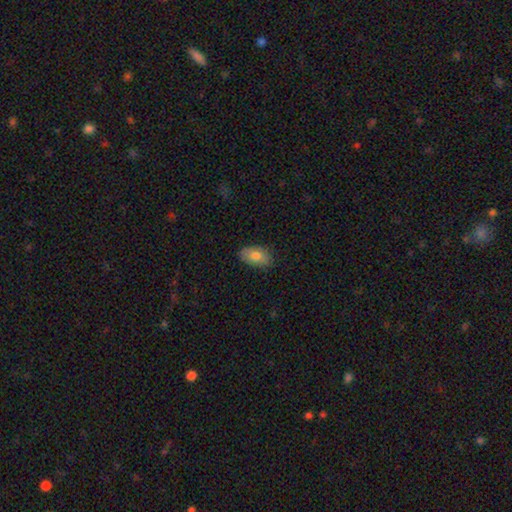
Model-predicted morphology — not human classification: This is likely a smooth galaxy (80%). How rounded: clearly in between (92%). Merging: clearly none (82%).